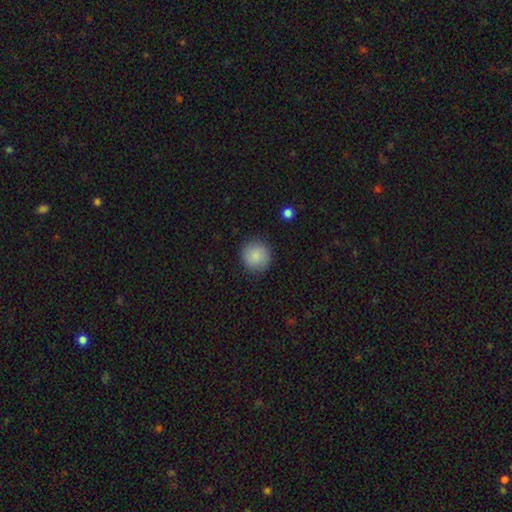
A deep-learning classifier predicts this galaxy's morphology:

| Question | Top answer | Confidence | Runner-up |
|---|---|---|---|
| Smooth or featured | smooth | 83% | featured or disk (10%) |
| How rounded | round | 93% | in between (6%) |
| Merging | none | 89% | minor disturbance (8%) |